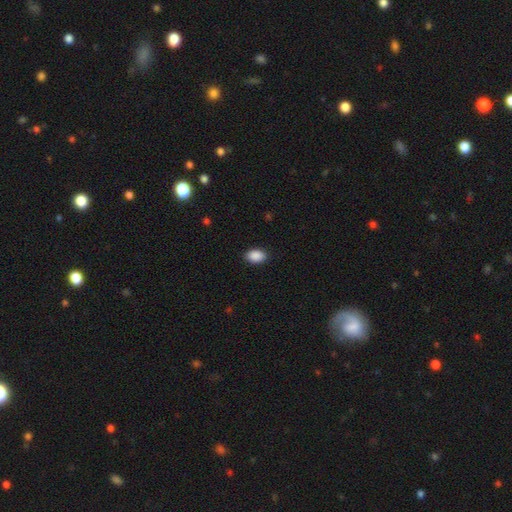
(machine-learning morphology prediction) Smooth or featured? smooth (90%)
How rounded? in between (89%)
Merging? none (88%)